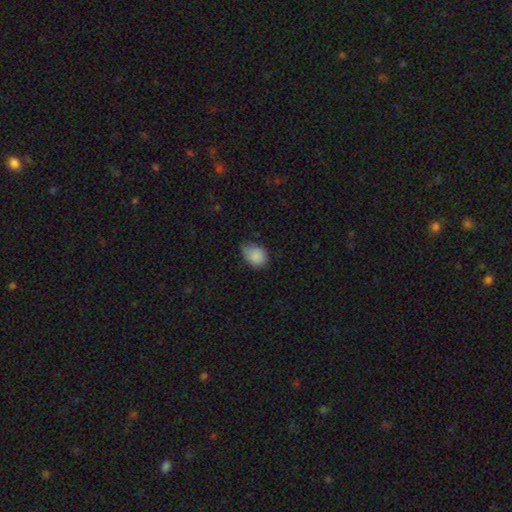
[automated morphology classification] Smooth or featured: smooth — 87% (star or artifact — 8%)
How rounded: in between — 71% (round — 28%)
Merging: none — 55% (minor disturbance — 37%)